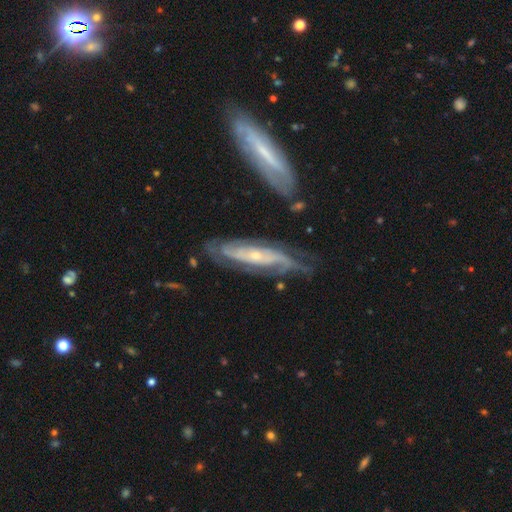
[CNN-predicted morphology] type=featured or disk (84%); edge-on=no (80%); bar=no (58%); spiral arms=yes (93%); winding=tight (56%); arm count=2 (41%); bulge=small (71%); merging=none (69%).